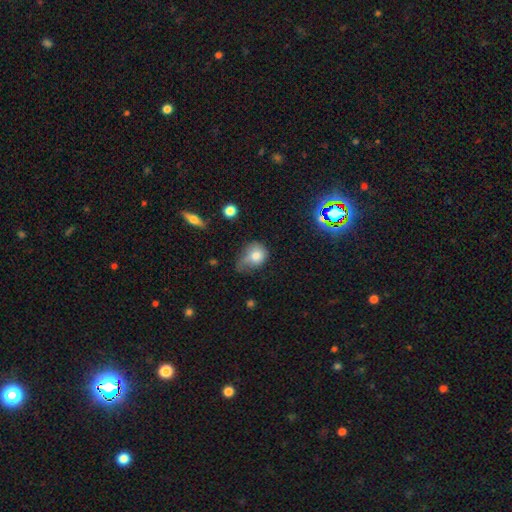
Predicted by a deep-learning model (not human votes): Morphology: type=smooth (74%); roundness=round (50%); merging=minor disturbance (40%).